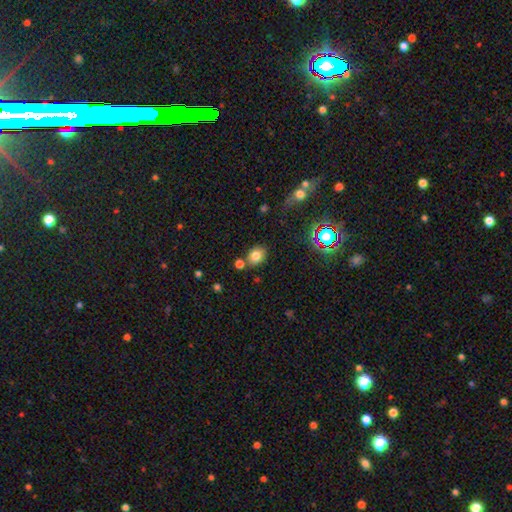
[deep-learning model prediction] smooth 78%, star or artifact 13%, featured or disk 8%. Down the decision tree: how rounded — in between (56%); merging — none (75%).